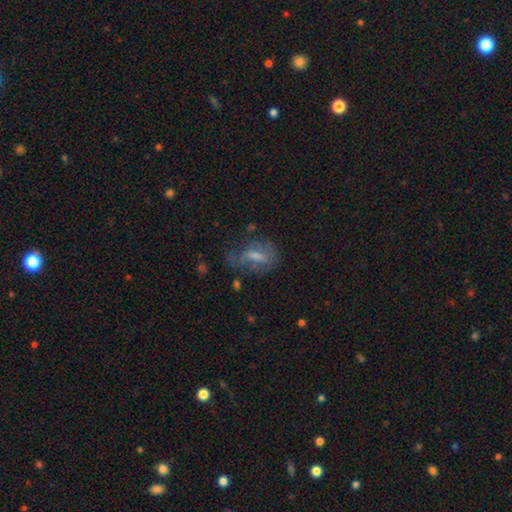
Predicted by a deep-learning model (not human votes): Smooth or featured? smooth (46%)
Merging? none (44%)